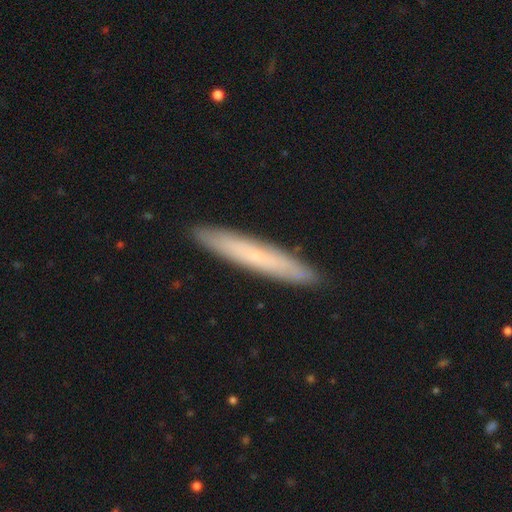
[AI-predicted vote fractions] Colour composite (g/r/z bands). It shows a smooth galaxy with no disk features (57%) that is cigar-shaped (95%). Merging: none (92%).